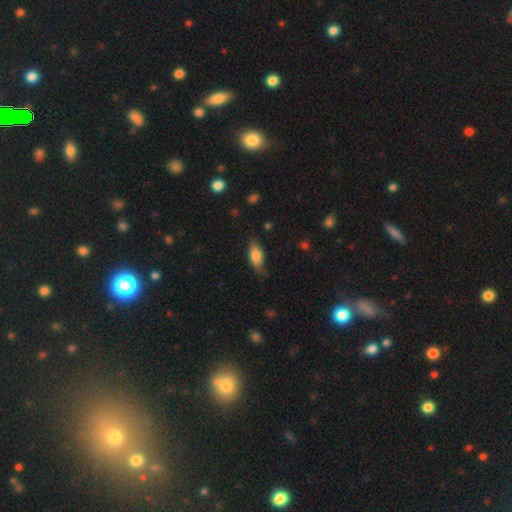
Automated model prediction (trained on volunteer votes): smooth 76%, featured or disk 17%, star or artifact 7%. Down the decision tree: how rounded — in between (80%); merging — none (69%).